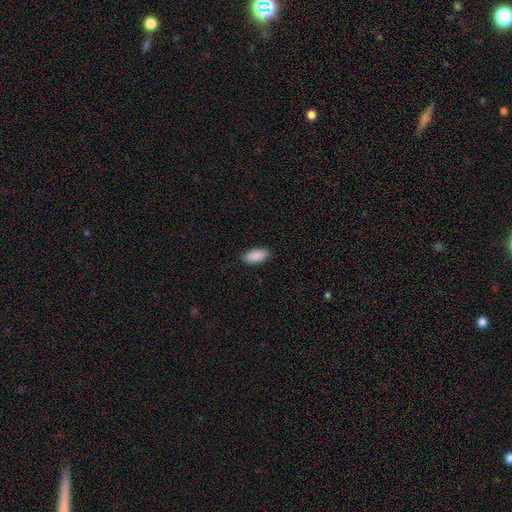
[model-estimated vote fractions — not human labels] This appears to be a smooth galaxy with no disk features (91%) that is in between round and cigar-shaped (93%). Merging: none (90%).